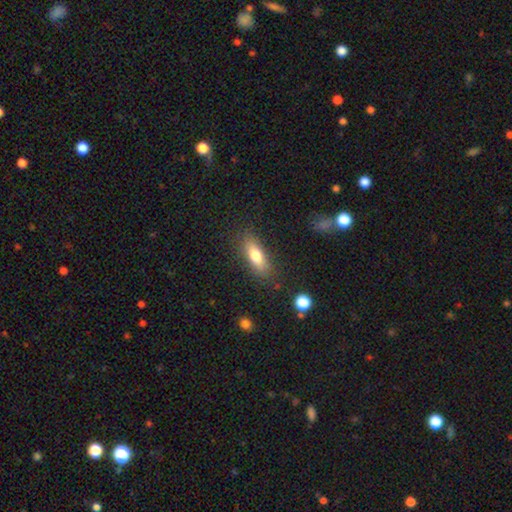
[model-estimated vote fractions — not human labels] smooth 74%, featured or disk 18%, star or artifact 8%. Down the decision tree: how rounded — in between (65%); merging — none (81%).